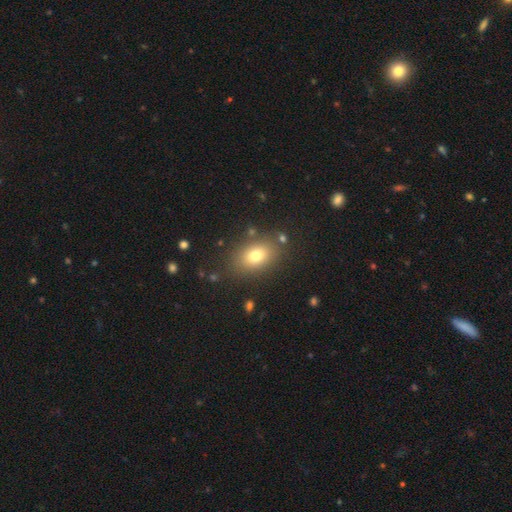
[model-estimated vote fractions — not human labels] Smooth or featured? Predicted: smooth (p=0.75). How rounded? Predicted: in between (p=0.78). Merging? Predicted: none (p=0.82).